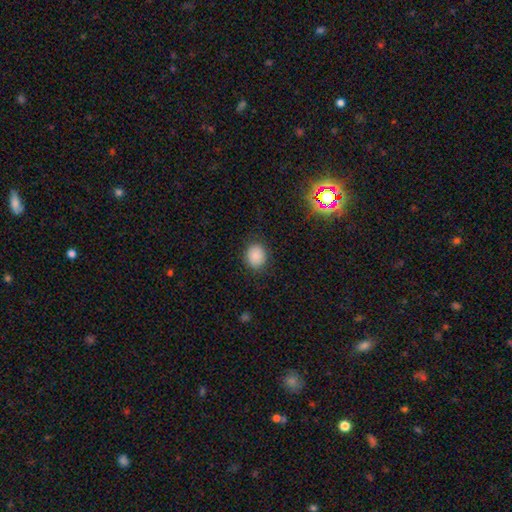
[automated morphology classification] A smooth galaxy with no disk features (87%) that is round (70%). Merging: none (87%).